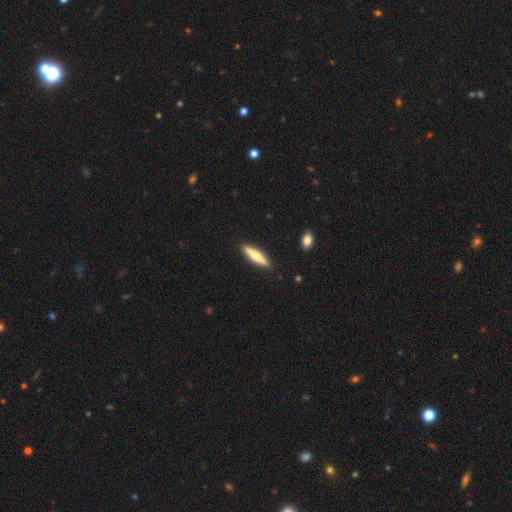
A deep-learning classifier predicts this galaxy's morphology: type=smooth (57%); roundness=cigar-shaped (85%); merging=none (91%).